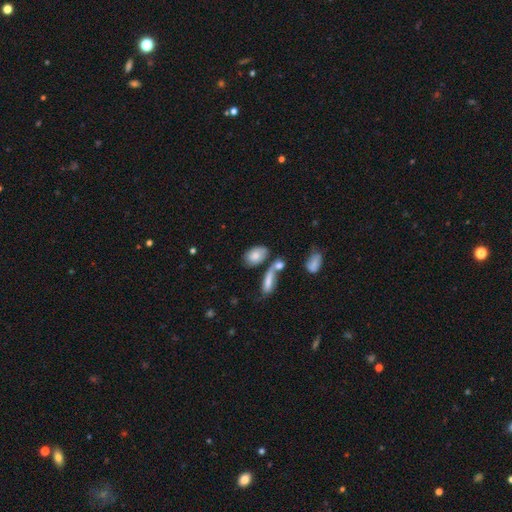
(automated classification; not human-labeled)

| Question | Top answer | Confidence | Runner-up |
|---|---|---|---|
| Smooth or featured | smooth | 75% | featured or disk (17%) |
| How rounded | in between | 88% | round (7%) |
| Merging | none | 47% | merger (26%) |